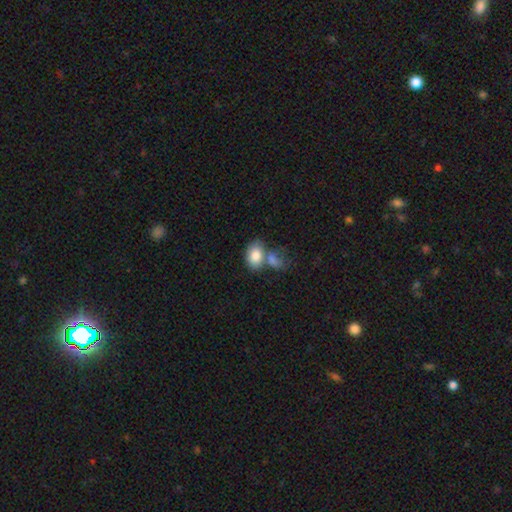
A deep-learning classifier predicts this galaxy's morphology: A smooth galaxy with no disk features (82%) that is in between round and cigar-shaped (81%).

Vote fractions:
- Smooth or featured? smooth: 82% / featured or disk: 11% / star or artifact: 7%
- How rounded? in between: 81% / round: 18% / cigar-shaped: 1%
- Merging? merger: 49% / none: 32% / minor disturbance: 13% / major disturbance: 6%